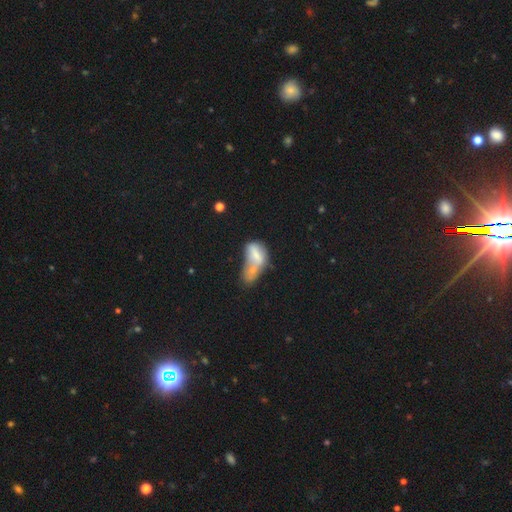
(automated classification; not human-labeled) A smooth galaxy with no disk features (61%) that is in between round and cigar-shaped (83%).

Vote fractions:
- Smooth or featured? smooth: 61% / featured or disk: 29% / star or artifact: 10%
- How rounded? in between: 83% / cigar-shaped: 9% / round: 8%
- Merging? merger: 63% / major disturbance: 14% / minor disturbance: 11% / none: 11%